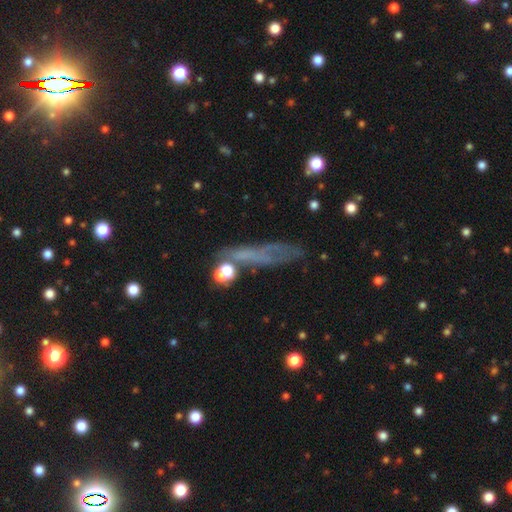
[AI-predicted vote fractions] Smooth or featured: smooth — 45% (featured or disk — 30%)
Merging: none — 62% (minor disturbance — 18%)